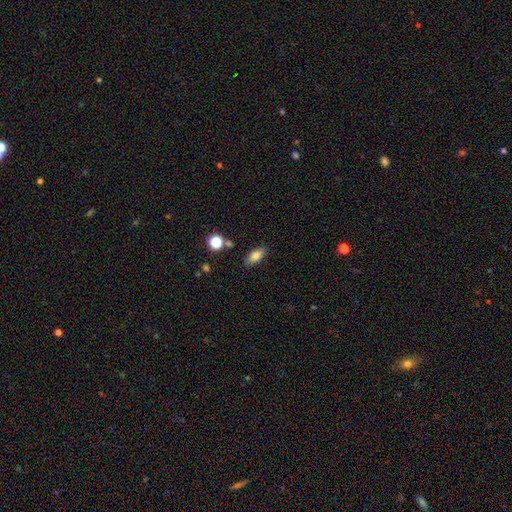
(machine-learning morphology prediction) A smooth galaxy with no disk features (80%) that is in between round and cigar-shaped (85%).

Vote fractions:
- Smooth or featured? smooth: 80% / featured or disk: 11% / star or artifact: 9%
- How rounded? in between: 85% / cigar-shaped: 9% / round: 5%
- Merging? none: 84% / minor disturbance: 11% / merger: 3% / major disturbance: 3%